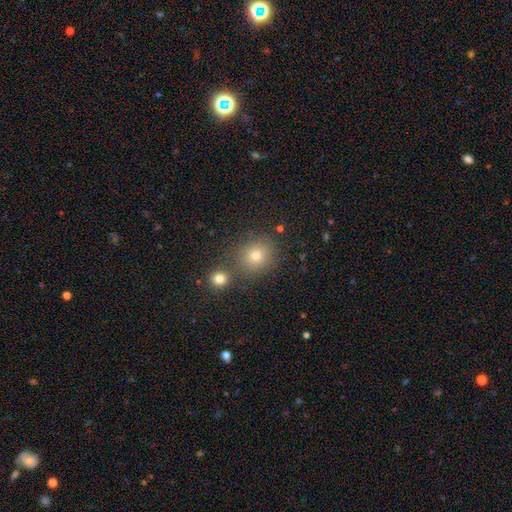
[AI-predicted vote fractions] The model was most divided on "smooth or featured": smooth: 72%, star or artifact: 19%, featured or disk: 9%. More confident: how rounded — round (82%); merging — none (74%).